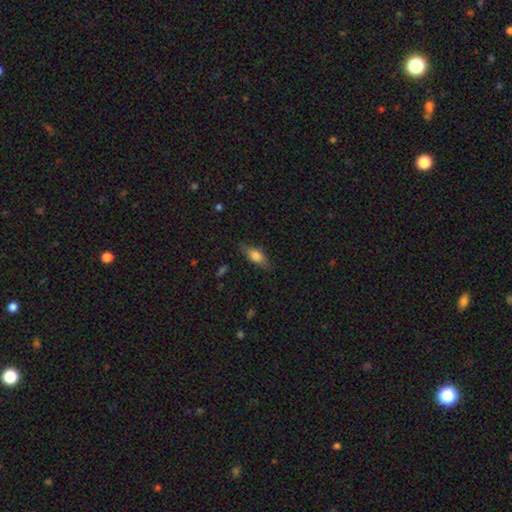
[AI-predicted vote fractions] Smooth or featured: smooth — 73% (featured or disk — 19%)
How rounded: in between — 73% (cigar-shaped — 22%)
Merging: none — 75% (minor disturbance — 19%)